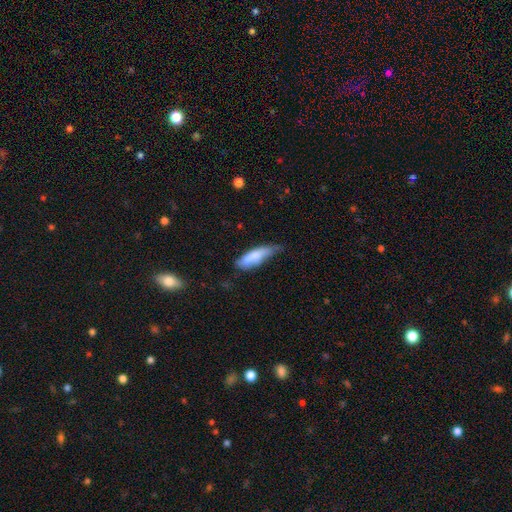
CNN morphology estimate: Smooth or featured? Predicted: smooth (p=0.72). How rounded? Predicted: in between (p=0.53). Merging? Predicted: minor disturbance (p=0.41).